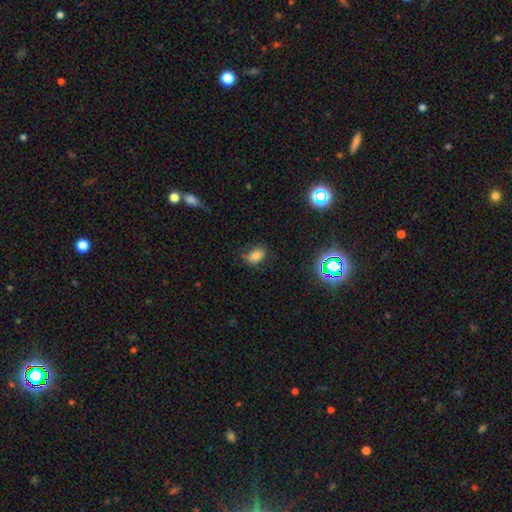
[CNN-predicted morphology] A smooth galaxy with no disk features (77%) that is in between round and cigar-shaped (82%).

Vote fractions:
- Smooth or featured? smooth: 77% / star or artifact: 15% / featured or disk: 8%
- How rounded? in between: 82% / round: 16% / cigar-shaped: 1%
- Merging? none: 70% / minor disturbance: 22% / major disturbance: 7% / merger: 2%